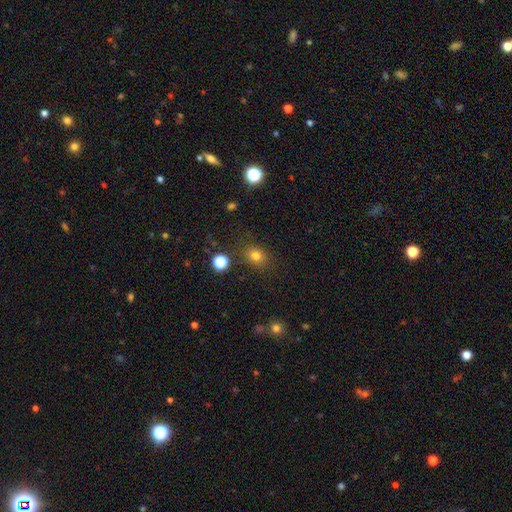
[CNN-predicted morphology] smooth-or-featured: smooth: 78% | star or artifact: 15% | featured or disk: 7%
  how-rounded: round: 59% | in between: 40% | cigar-shaped: 1%
  merging: none: 82% | minor disturbance: 11% | major disturbance: 4% | merger: 3%